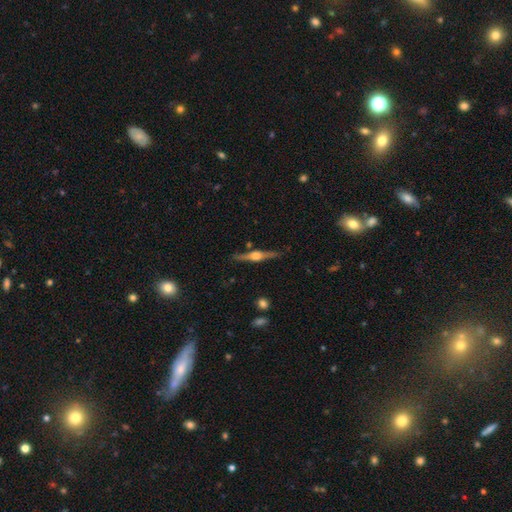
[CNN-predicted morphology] smooth_or_featured: featured or disk (p=0.80) [alt: smooth p=0.14]
disk_edge_on: yes (p=0.98) [alt: no p=0.02]
edge_on_bulge: rounded (p=0.89) [alt: boxy p=0.09]
merging: none (p=0.87) [alt: minor disturbance p=0.09]